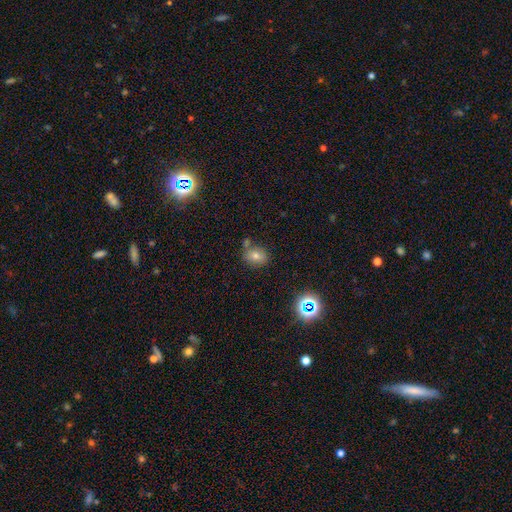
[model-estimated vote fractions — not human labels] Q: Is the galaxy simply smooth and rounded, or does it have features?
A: smooth — 72%.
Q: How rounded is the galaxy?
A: in between — 55%.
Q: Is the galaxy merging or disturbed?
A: none — 64%.